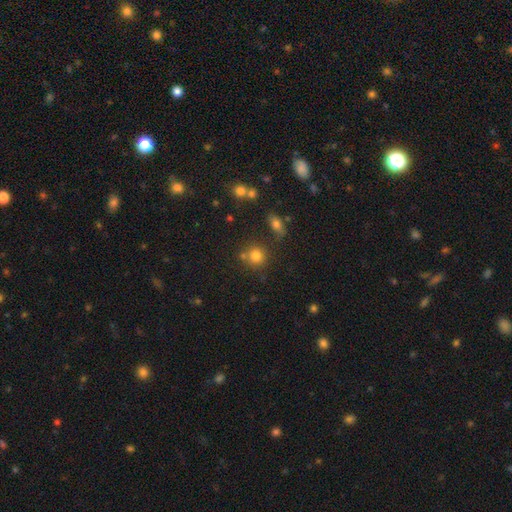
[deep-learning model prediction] Morphology: type=smooth (78%); roundness=round (87%); merging=none (69%).